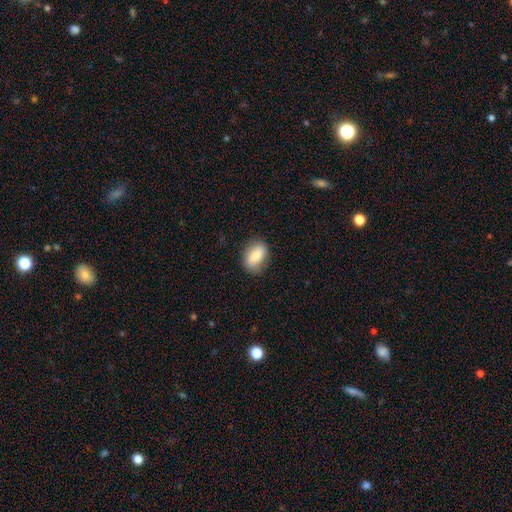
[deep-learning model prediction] This appears to be a smooth galaxy with no disk features (75%) that is in between round and cigar-shaped (80%). Merging: none (79%).